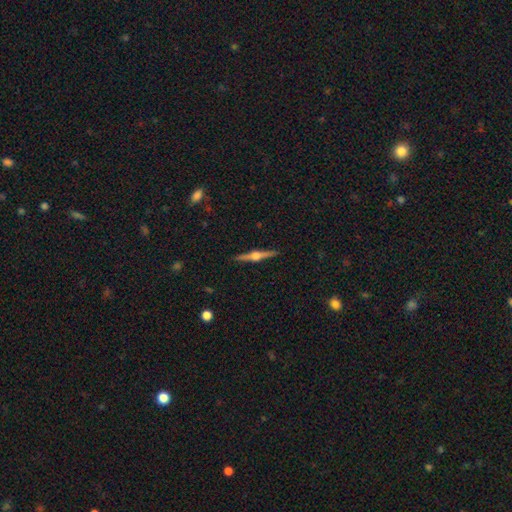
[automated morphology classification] Smooth or featured? Predicted: featured or disk (p=0.80). Edge-on disk? Predicted: yes (p=0.98). Edge-on bulge? Predicted: rounded (p=0.94). Merging? Predicted: none (p=0.92).